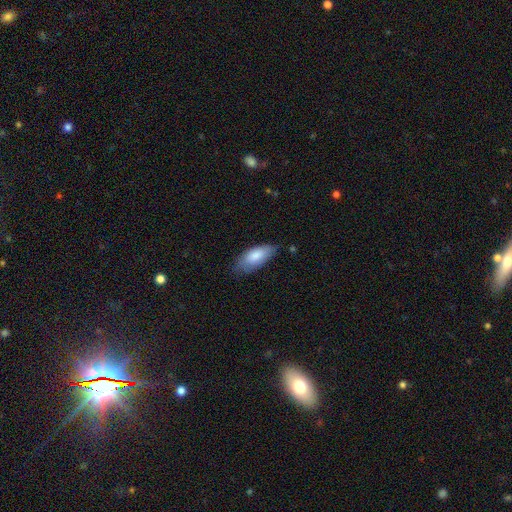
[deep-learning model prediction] Morphology: type=smooth (82%); roundness=in between (86%); merging=none (65%).